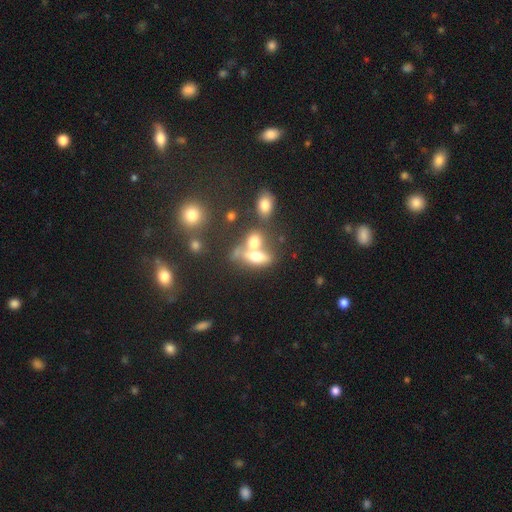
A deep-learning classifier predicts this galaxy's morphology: type=smooth (62%); roundness=in between (72%); merging=merger (52%).